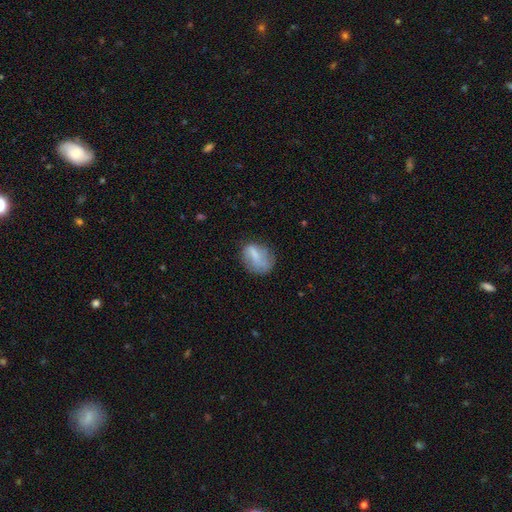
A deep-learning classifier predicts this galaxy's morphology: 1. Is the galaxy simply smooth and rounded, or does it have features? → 61% smooth, 30% featured or disk, 9% star or artifact.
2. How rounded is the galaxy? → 58% in between, 40% round, 3% cigar-shaped.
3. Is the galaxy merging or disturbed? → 53% none, 29% minor disturbance, 16% major disturbance, 2% merger.